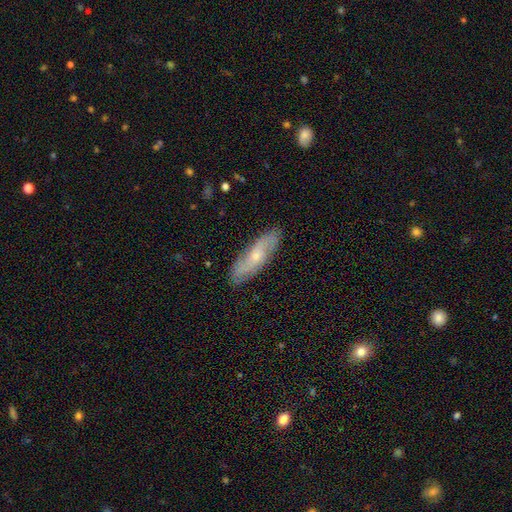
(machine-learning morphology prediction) Smooth or featured: featured or disk — 57% (smooth — 36%)
Edge-on disk: no — 76% (yes — 24%)
Merging: none — 85% (minor disturbance — 12%)